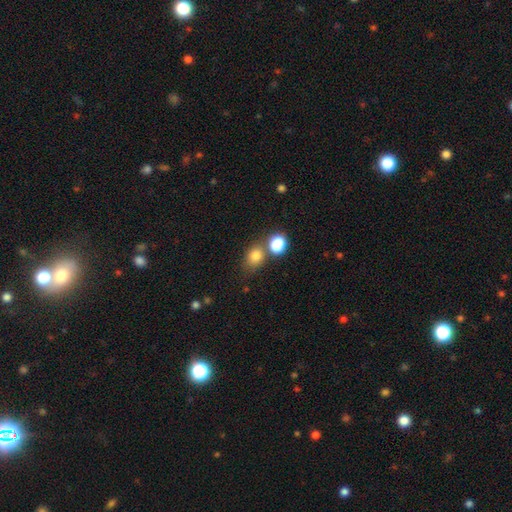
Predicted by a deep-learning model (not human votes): Smooth or featured? smooth (80%)
How rounded? round (53%)
Merging? none (50%)